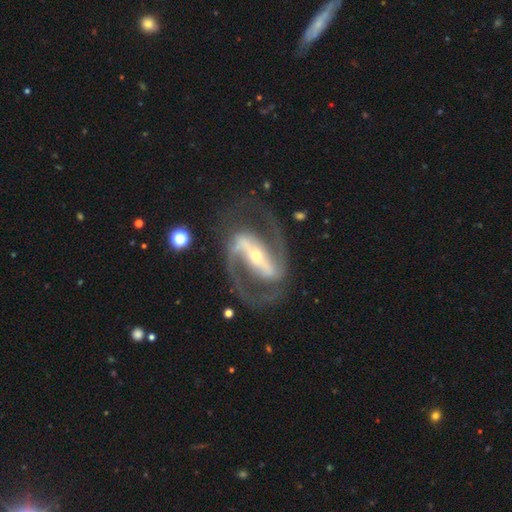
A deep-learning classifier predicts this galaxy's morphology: Q: Smooth or featured?
A: featured or disk (93%); runner-up: star or artifact (4%)
Q: Edge-on disk?
A: no (96%); runner-up: yes (4%)
Q: Bar?
A: strong (76%); runner-up: weak (15%)
Q: Spiral arms?
A: yes (97%); runner-up: no (3%)
Q: Spiral winding?
A: medium (60%); runner-up: tight (21%)
Q: Spiral arm count?
A: 2 (94%); runner-up: can't tell (2%)
Q: Bulge size?
A: small (66%); runner-up: moderate (29%)
Q: Merging?
A: none (75%); runner-up: minor disturbance (13%)